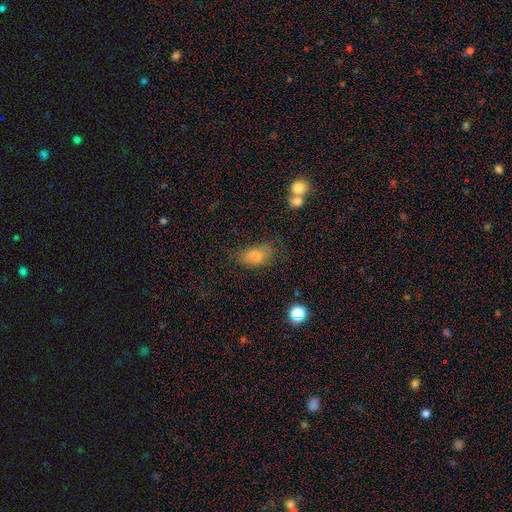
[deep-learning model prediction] Smooth or featured?
  - smooth: 80% *
  - featured or disk: 10%
  - star or artifact: 10%
How rounded?
  - in between: 89% *
  - round: 8%
  - cigar-shaped: 3%
Merging?
  - none: 59% *
  - minor disturbance: 26%
  - major disturbance: 11%
  - merger: 4%